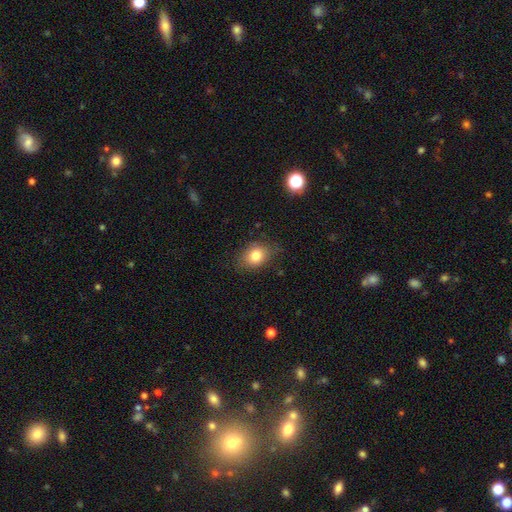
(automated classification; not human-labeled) smooth_or_featured: smooth (p=0.80) [alt: star or artifact p=0.10]
how_rounded: in between (p=0.60) [alt: round p=0.39]
merging: none (p=0.77) [alt: minor disturbance p=0.17]